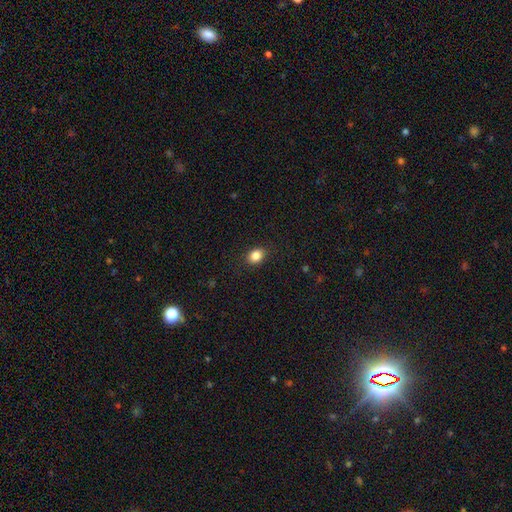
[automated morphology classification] smooth-or-featured: smooth: 86% | star or artifact: 10% | featured or disk: 4%
  how-rounded: in between: 60% | round: 39% | cigar-shaped: 1%
  merging: none: 88% | minor disturbance: 9% | major disturbance: 3% | merger: 1%